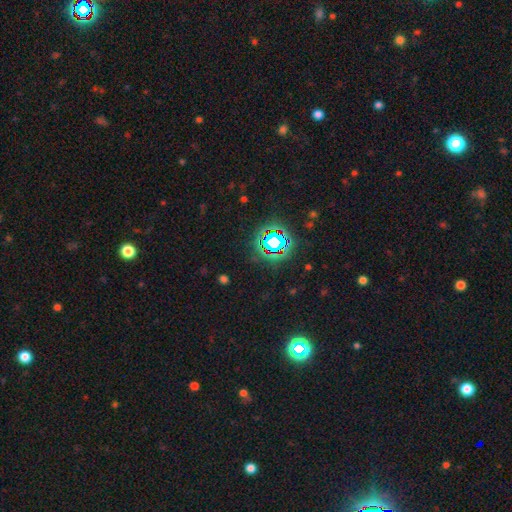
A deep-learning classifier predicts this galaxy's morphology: smooth_or_featured: star or artifact (p=0.76) [alt: smooth p=0.16]